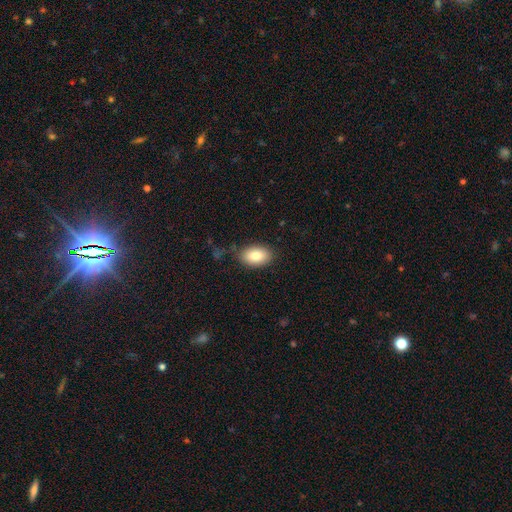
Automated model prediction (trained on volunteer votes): smooth_or_featured: smooth (p=0.82) [alt: featured or disk p=0.10]
how_rounded: in between (p=0.90) [alt: round p=0.08]
merging: none (p=0.81) [alt: minor disturbance p=0.14]